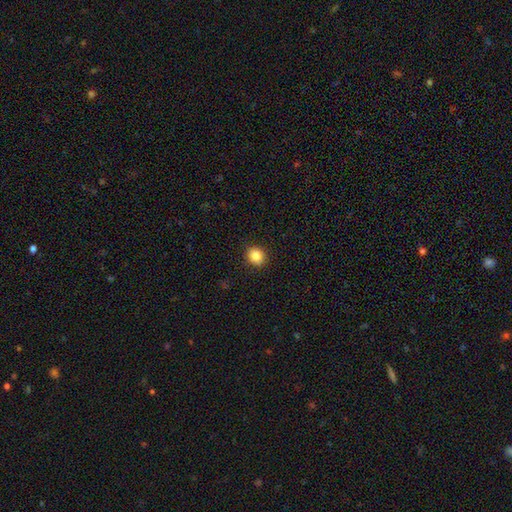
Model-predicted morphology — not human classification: Smooth or featured? Predicted: smooth (p=0.85). How rounded? Predicted: round (p=0.77). Merging? Predicted: none (p=0.91).